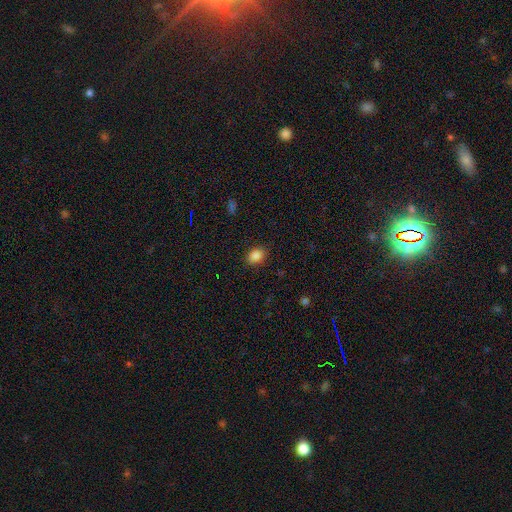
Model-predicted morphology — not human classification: Smooth or featured?
  - smooth: 87% *
  - star or artifact: 10%
  - featured or disk: 3%
How rounded?
  - in between: 62% *
  - round: 37%
  - cigar-shaped: 1%
Merging?
  - none: 87% *
  - minor disturbance: 10%
  - major disturbance: 3%
  - merger: 1%